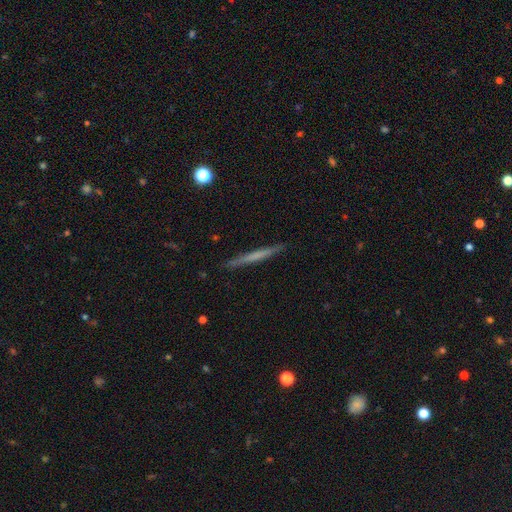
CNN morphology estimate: Smooth or featured? smooth (49%)
Merging? none (91%)